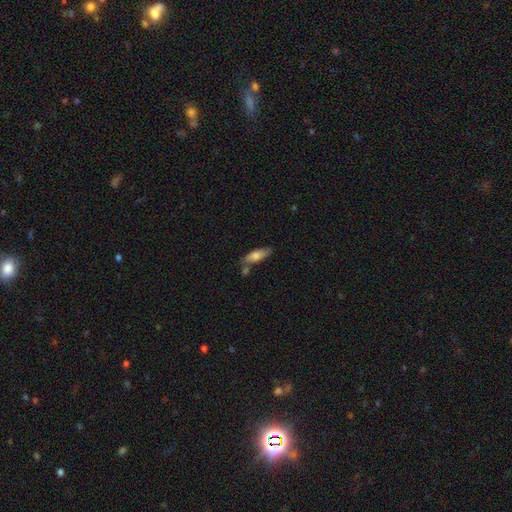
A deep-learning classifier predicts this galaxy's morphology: Smooth or featured: smooth — 70% (featured or disk — 23%)
How rounded: in between — 56% (cigar-shaped — 42%)
Merging: none — 62% (minor disturbance — 19%)